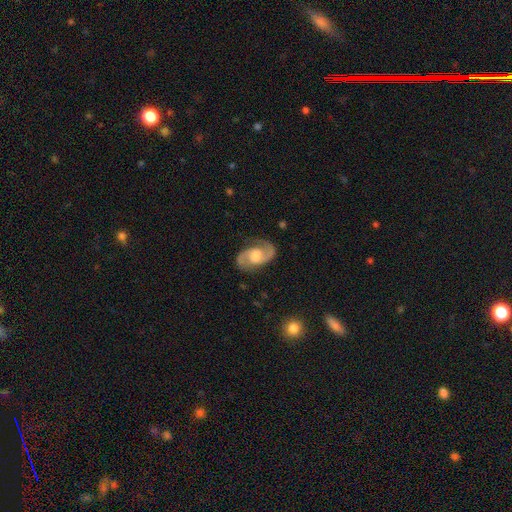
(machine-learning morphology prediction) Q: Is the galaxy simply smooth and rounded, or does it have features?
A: featured or disk — 89%.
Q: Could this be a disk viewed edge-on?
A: no — 98%.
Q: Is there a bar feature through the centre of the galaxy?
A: no — 46%.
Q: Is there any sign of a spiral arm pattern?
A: yes — 97%.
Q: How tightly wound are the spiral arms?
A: medium — 58%.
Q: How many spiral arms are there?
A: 2 — 94%.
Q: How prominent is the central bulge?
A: moderate — 51%.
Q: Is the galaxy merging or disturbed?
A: none — 82%.